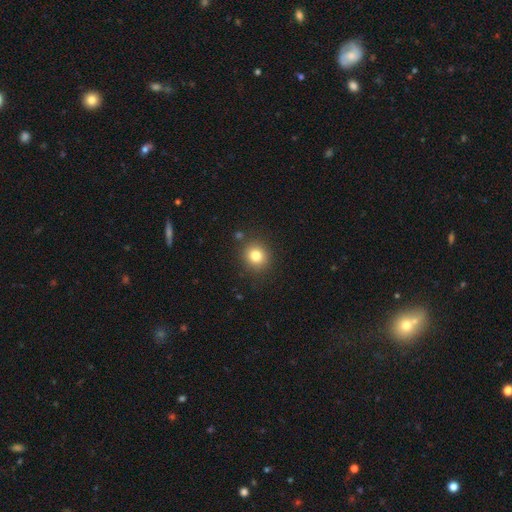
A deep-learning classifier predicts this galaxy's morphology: The model was most divided on "smooth or featured": smooth: 80%, star or artifact: 12%, featured or disk: 7%. More confident: how rounded — round (87%); merging — none (87%).